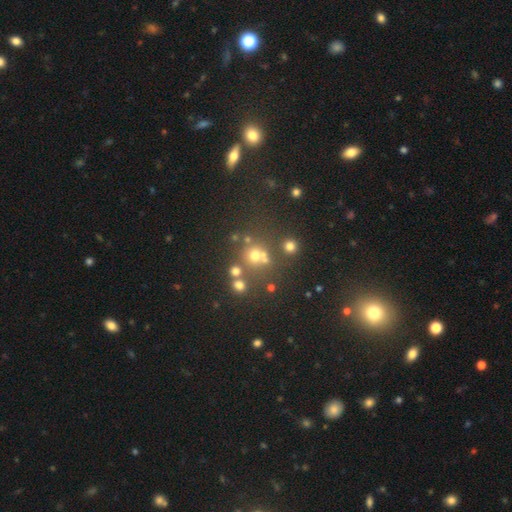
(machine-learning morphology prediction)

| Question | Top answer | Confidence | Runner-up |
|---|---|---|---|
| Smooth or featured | smooth | 55% | star or artifact (30%) |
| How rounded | round | 87% | in between (12%) |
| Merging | none | 63% | merger (22%) |